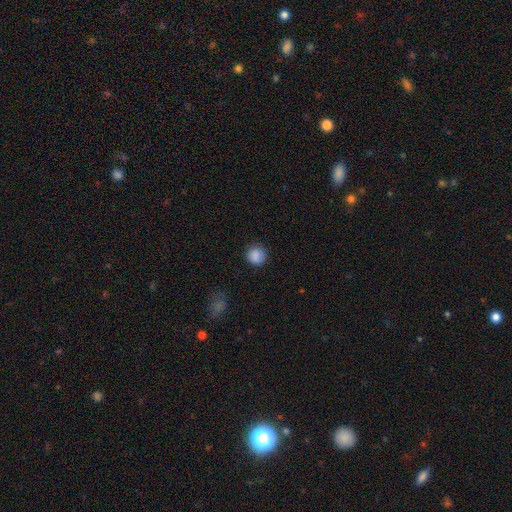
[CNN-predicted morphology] The model was most divided on "merging": none: 87%, minor disturbance: 9%, major disturbance: 3%, merger: 1%. More confident: how rounded — round (93%); smooth or featured — smooth (88%).